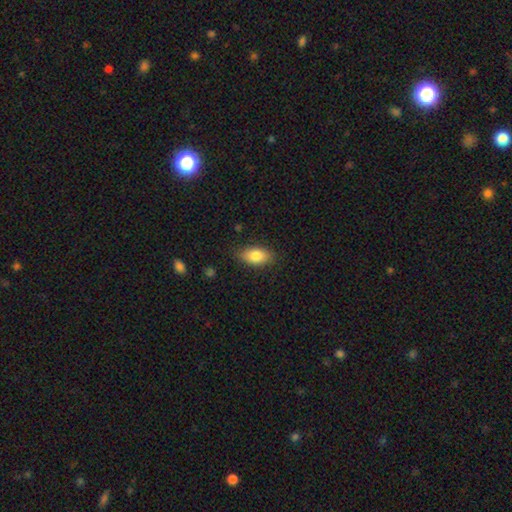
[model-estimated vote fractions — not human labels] smooth_or_featured: smooth (p=0.82) [alt: featured or disk p=0.11]
how_rounded: in between (p=0.89) [alt: round p=0.05]
merging: none (p=0.83) [alt: minor disturbance p=0.13]